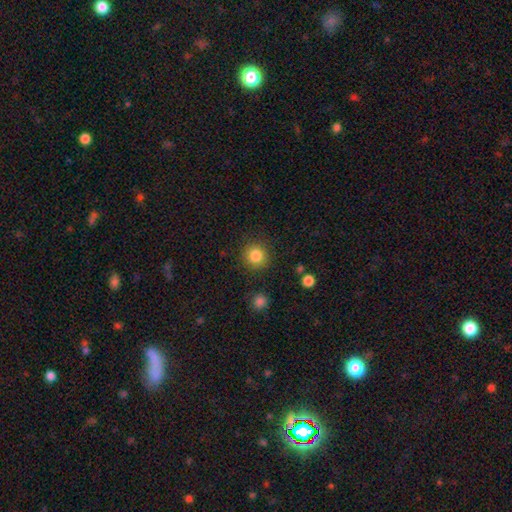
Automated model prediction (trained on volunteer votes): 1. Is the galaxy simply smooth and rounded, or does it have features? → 84% smooth, 10% star or artifact, 5% featured or disk.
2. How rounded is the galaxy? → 93% round, 6% in between, 1% cigar-shaped.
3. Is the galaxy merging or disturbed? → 88% none, 7% minor disturbance, 3% major disturbance, 2% merger.